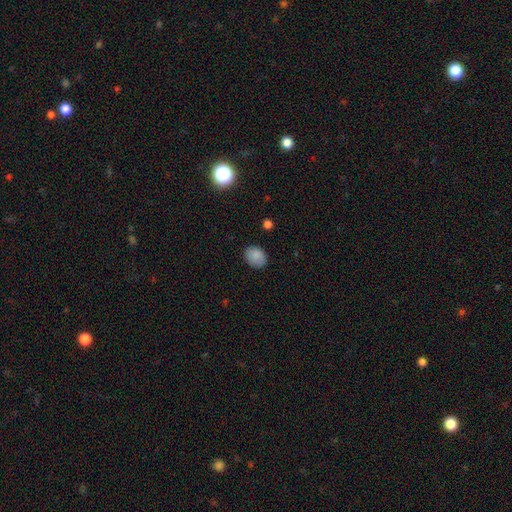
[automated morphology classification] A smooth galaxy with no disk features (87%) that is in between round and cigar-shaped (60%). Merging: none (85%).